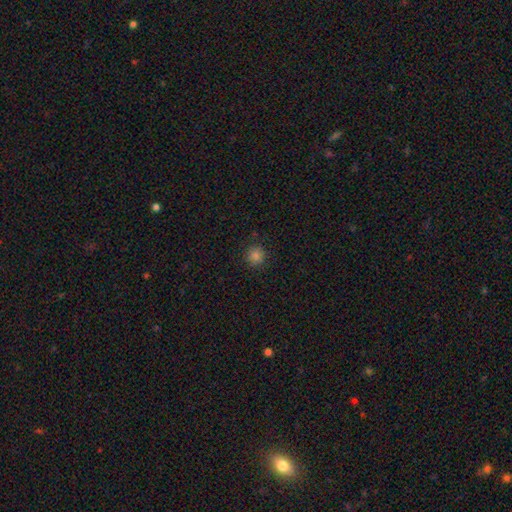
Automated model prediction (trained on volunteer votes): Smooth or featured? smooth (81%)
How rounded? round (94%)
Merging? none (89%)